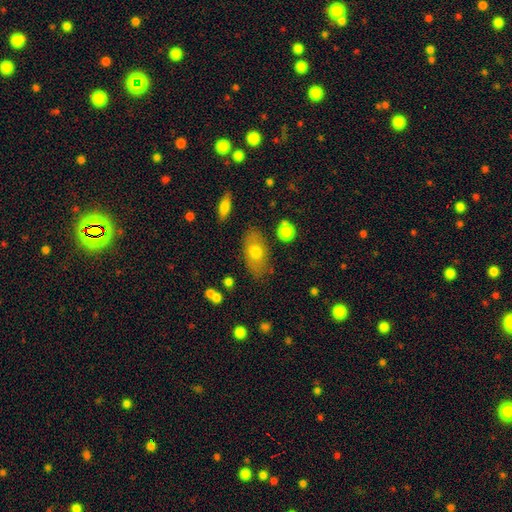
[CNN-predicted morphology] Overall: smooth (63%; featured or disk 24%). How rounded: in between (86%). Merging: none (80%).